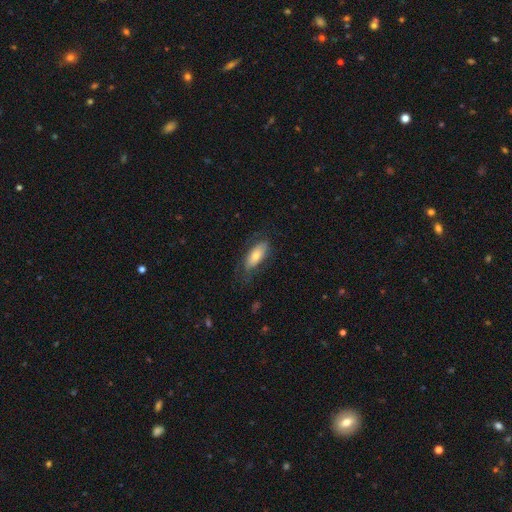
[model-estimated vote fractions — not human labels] A smooth galaxy with no disk features (67%) that is in between round and cigar-shaped (75%). Merging: none (67%).